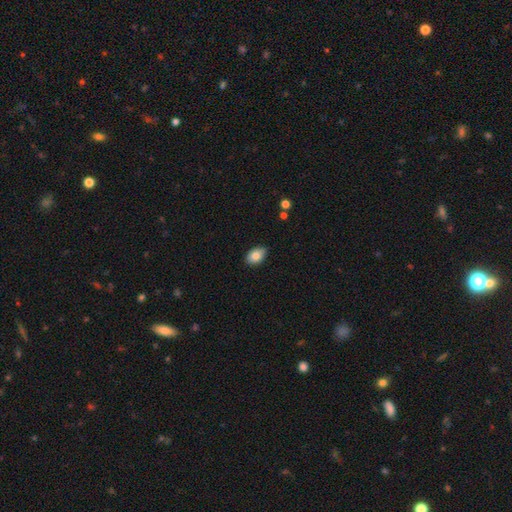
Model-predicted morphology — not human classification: smooth 82%, featured or disk 10%, star or artifact 8%. Down the decision tree: how rounded — in between (88%); merging — none (81%).